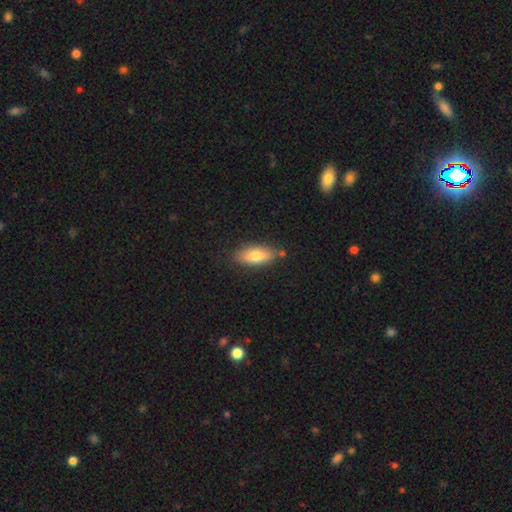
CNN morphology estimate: A smooth galaxy with no disk features (75%) that is in between round and cigar-shaped (78%). Merging: none (79%).